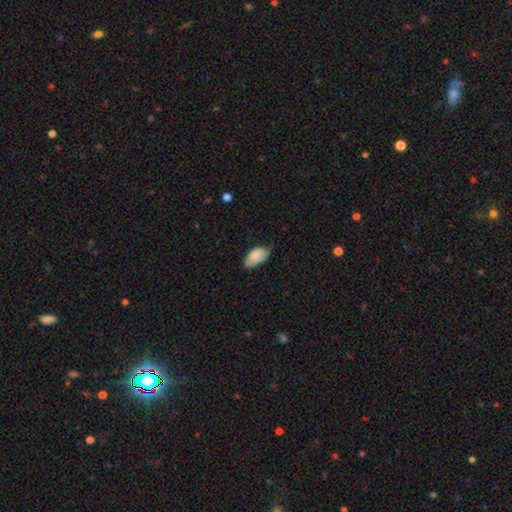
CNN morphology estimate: Smooth or featured? Predicted: smooth (p=0.84). How rounded? Predicted: in between (p=0.95). Merging? Predicted: none (p=0.57).